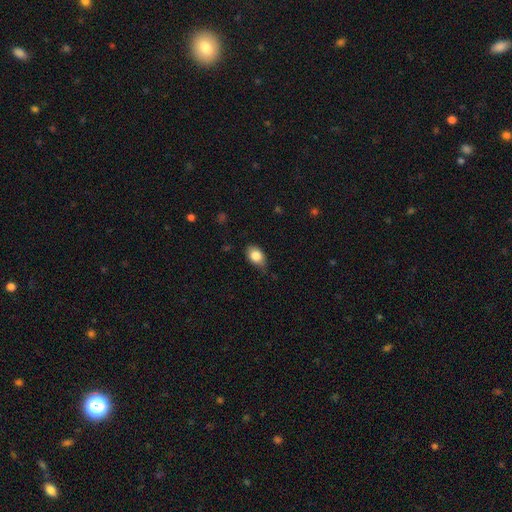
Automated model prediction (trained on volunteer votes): Morphology: type=smooth (83%); roundness=in between (82%); merging=none (68%).